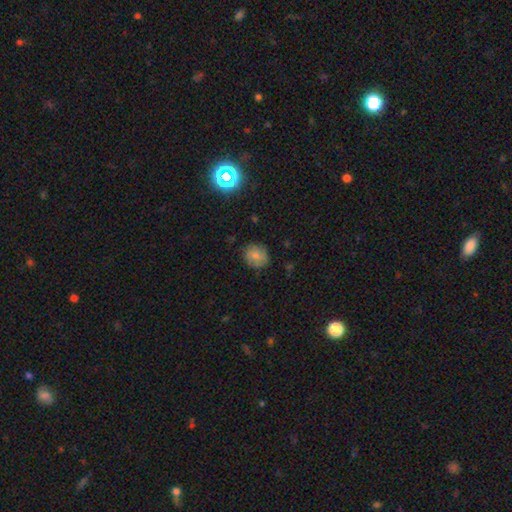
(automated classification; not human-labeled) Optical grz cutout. It shows a smooth galaxy with no disk features (73%) that is round (81%). Merging: none (80%).